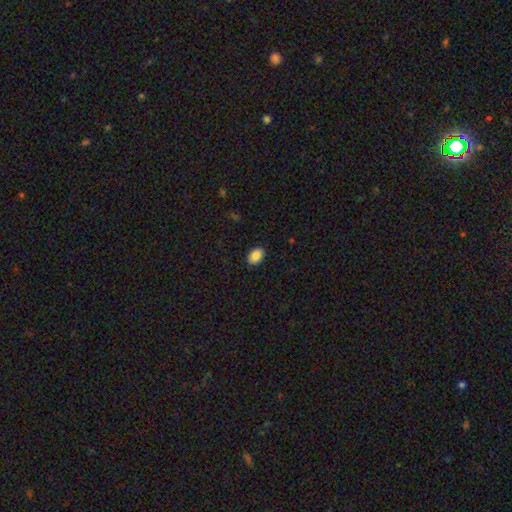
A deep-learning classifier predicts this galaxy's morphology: Smooth or featured?
  - smooth: 87% *
  - star or artifact: 7%
  - featured or disk: 6%
How rounded?
  - in between: 87% *
  - round: 12%
  - cigar-shaped: 1%
Merging?
  - none: 89% *
  - minor disturbance: 8%
  - major disturbance: 2%
  - merger: 1%